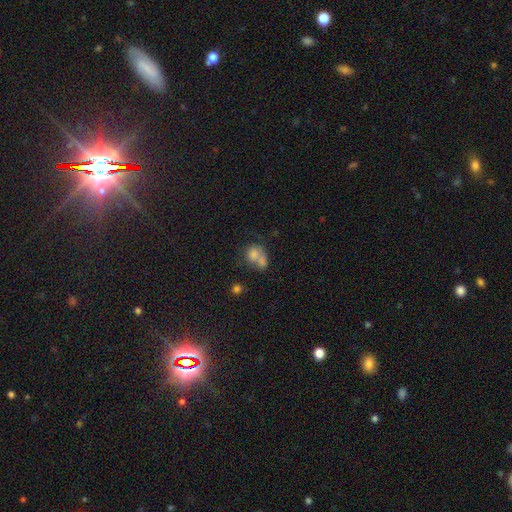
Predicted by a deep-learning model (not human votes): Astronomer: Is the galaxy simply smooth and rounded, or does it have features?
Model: smooth — 73%.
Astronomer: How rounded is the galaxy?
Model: round — 55% (runner-up: in between, 43%).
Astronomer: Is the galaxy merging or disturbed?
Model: merger — 61%.